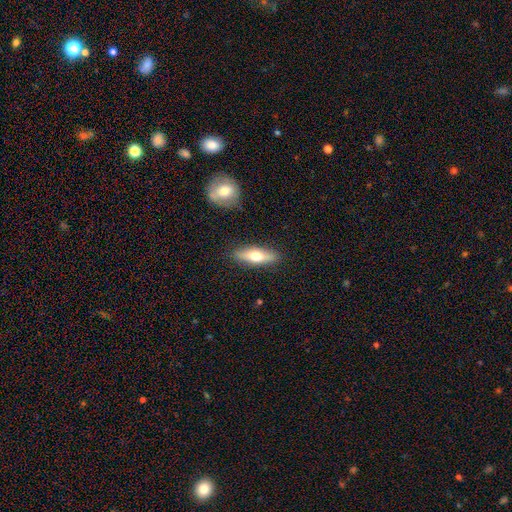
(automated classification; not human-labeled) Q: Smooth or featured?
A: smooth (56%); runner-up: featured or disk (38%)
Q: How rounded?
A: in between (51%); runner-up: cigar-shaped (46%)
Q: Merging?
A: none (87%); runner-up: minor disturbance (9%)